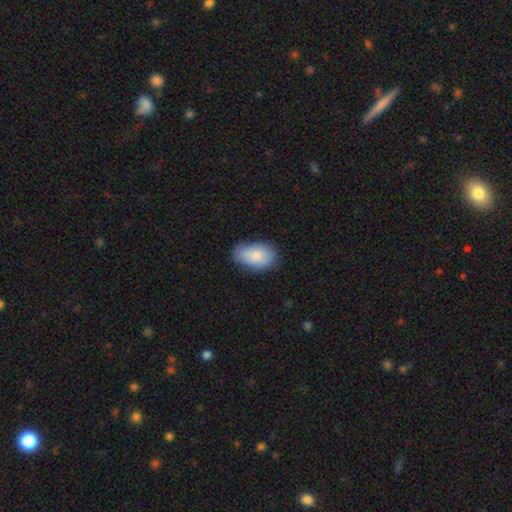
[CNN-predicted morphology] smooth_or_featured: smooth (p=0.80) [alt: featured or disk p=0.13]
how_rounded: in between (p=0.90) [alt: round p=0.09]
merging: none (p=0.71) [alt: minor disturbance p=0.23]